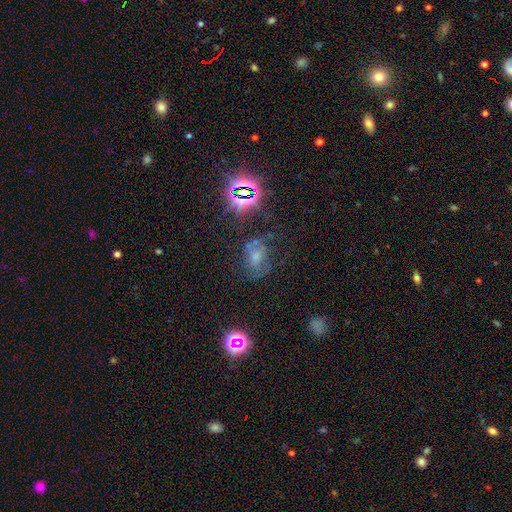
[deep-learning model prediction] Smooth or featured?
  - smooth: 36% *
  - featured or disk: 32%
  - star or artifact: 32%
Merging?
  - none: 45% *
  - major disturbance: 26%
  - minor disturbance: 23%
  - merger: 7%